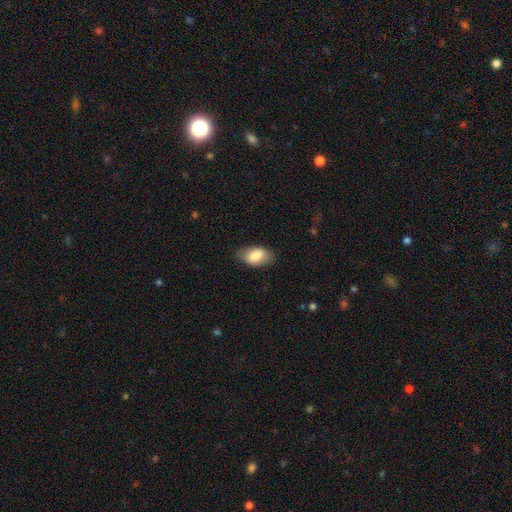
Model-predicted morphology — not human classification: smooth_or_featured: smooth (p=0.82) [alt: featured or disk p=0.12]
how_rounded: in between (p=0.93) [alt: round p=0.05]
merging: none (p=0.80) [alt: minor disturbance p=0.15]